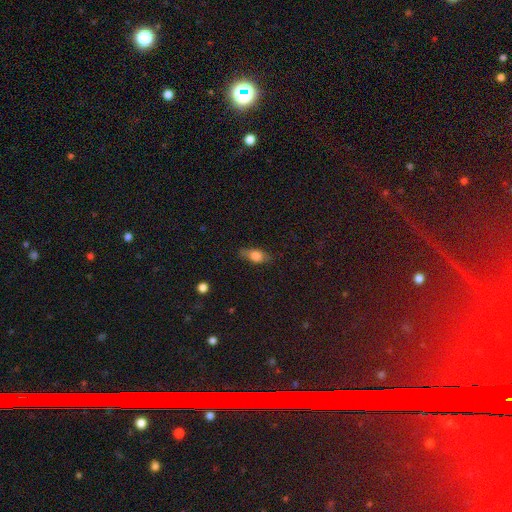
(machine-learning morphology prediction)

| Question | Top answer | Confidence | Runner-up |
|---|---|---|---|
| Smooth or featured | smooth | 72% | featured or disk (19%) |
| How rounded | in between | 77% | cigar-shaped (14%) |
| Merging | none | 71% | minor disturbance (22%) |